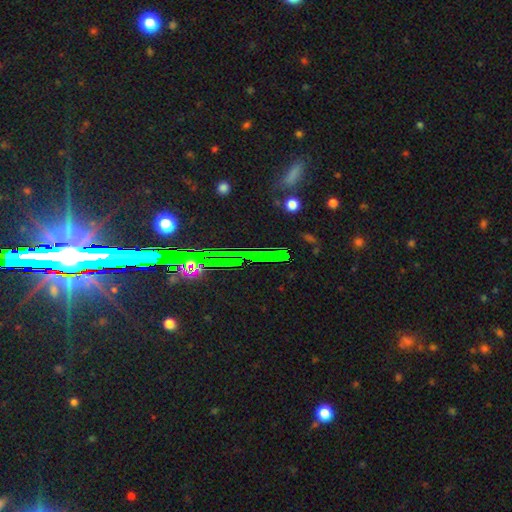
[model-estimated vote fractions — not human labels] This is likely a star or artifact rather than a galaxy (74%).